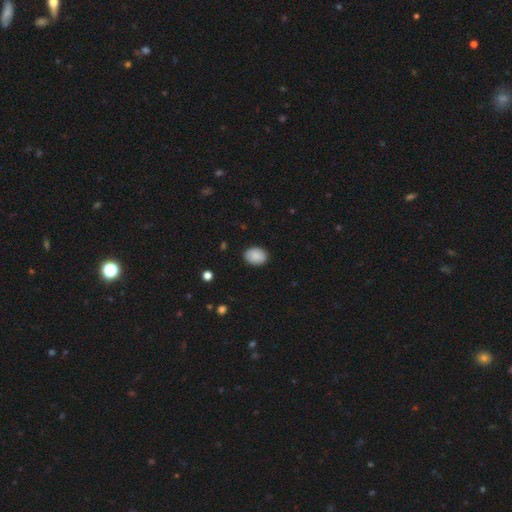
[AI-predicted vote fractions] This is clearly a smooth galaxy (88%). How rounded: likely in between (68%). Merging: clearly none (87%).